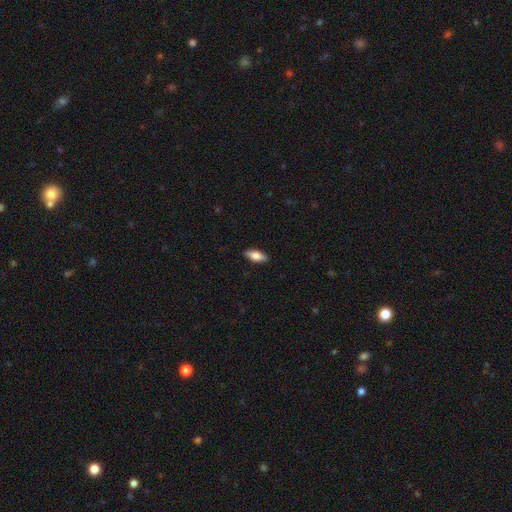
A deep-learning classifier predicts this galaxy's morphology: Smooth or featured? Predicted: smooth (p=0.74). How rounded? Predicted: in between (p=0.79). Merging? Predicted: none (p=0.89).